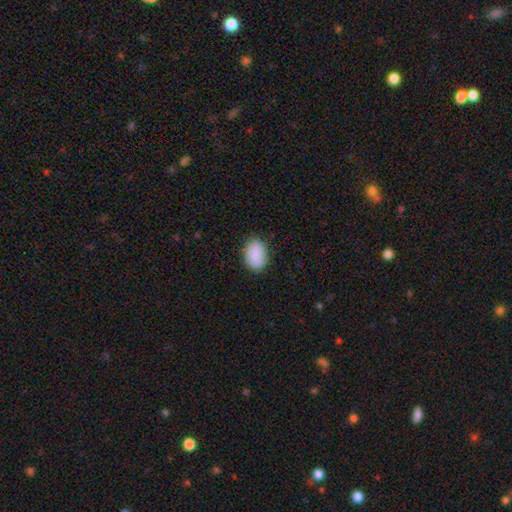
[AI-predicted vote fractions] smooth-or-featured: smooth: 88% | star or artifact: 6% | featured or disk: 5%
  how-rounded: in between: 81% | round: 18% | cigar-shaped: 1%
  merging: none: 84% | minor disturbance: 13% | major disturbance: 3% | merger: 1%